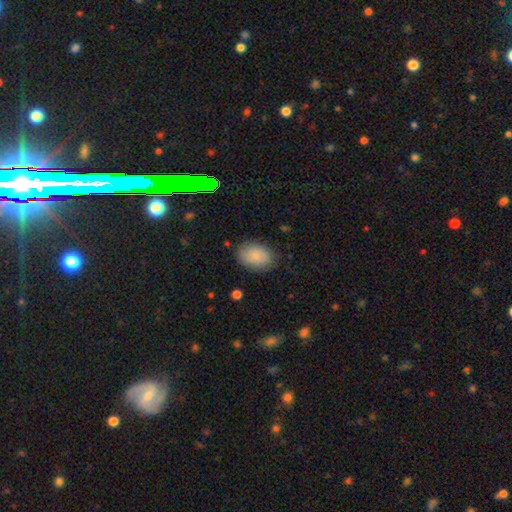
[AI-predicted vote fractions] This is clearly a smooth galaxy (84%). How rounded: clearly in between (81%). Merging: clearly none (83%).